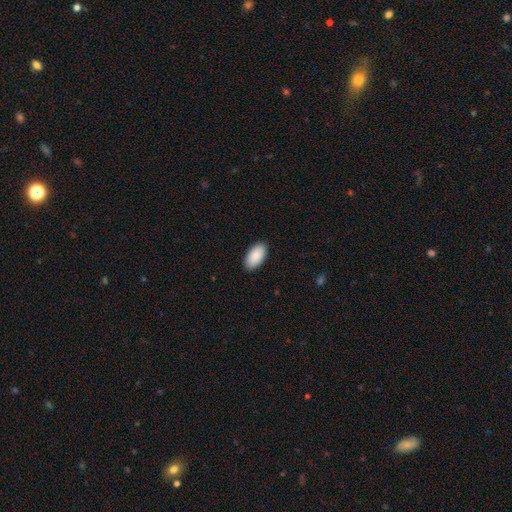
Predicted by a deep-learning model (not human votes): Smooth or featured? Predicted: smooth (p=0.90). How rounded? Predicted: in between (p=0.96). Merging? Predicted: none (p=0.90).